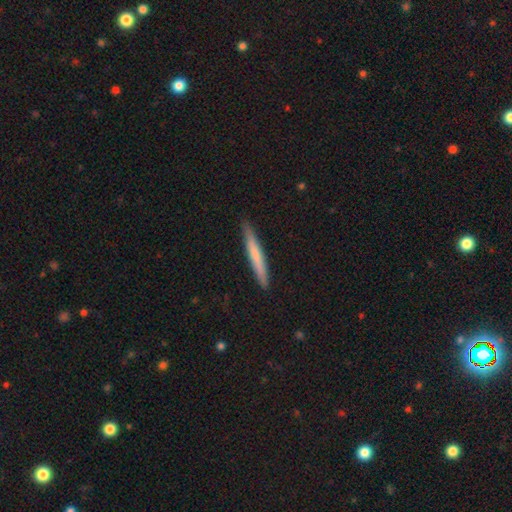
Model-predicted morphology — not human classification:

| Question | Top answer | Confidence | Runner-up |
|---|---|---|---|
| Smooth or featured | smooth | 65% | featured or disk (30%) |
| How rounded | cigar-shaped | 96% | in between (3%) |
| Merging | none | 89% | minor disturbance (9%) |